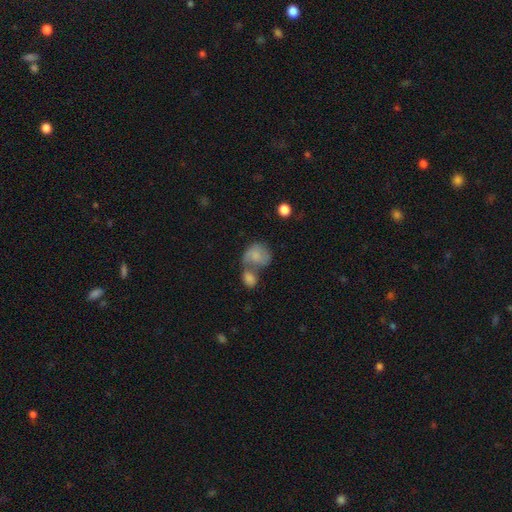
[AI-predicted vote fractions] Q: Smooth or featured?
A: smooth (70%); runner-up: featured or disk (23%)
Q: How rounded?
A: round (55%); runner-up: in between (43%)
Q: Merging?
A: merger (59%); runner-up: none (20%)